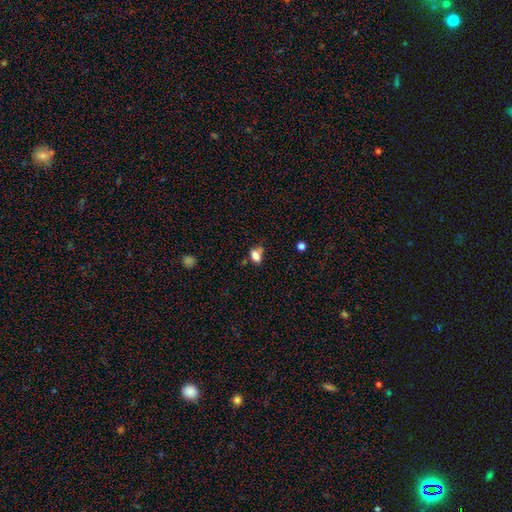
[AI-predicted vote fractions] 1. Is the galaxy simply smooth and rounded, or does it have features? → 77% smooth, 12% star or artifact, 10% featured or disk.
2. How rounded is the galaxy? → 76% in between, 20% round, 4% cigar-shaped.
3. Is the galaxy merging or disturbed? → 43% none, 29% minor disturbance, 16% merger, 12% major disturbance.